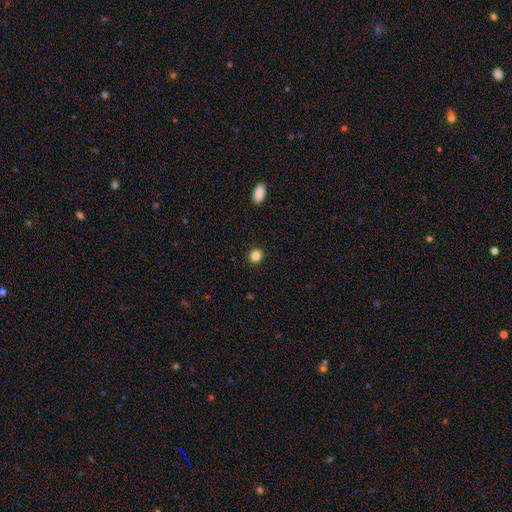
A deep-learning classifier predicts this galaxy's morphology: smooth-or-featured: smooth: 86% | star or artifact: 10% | featured or disk: 4%
  how-rounded: round: 73% | in between: 26% | cigar-shaped: 1%
  merging: none: 91% | minor disturbance: 6% | major disturbance: 2% | merger: 1%